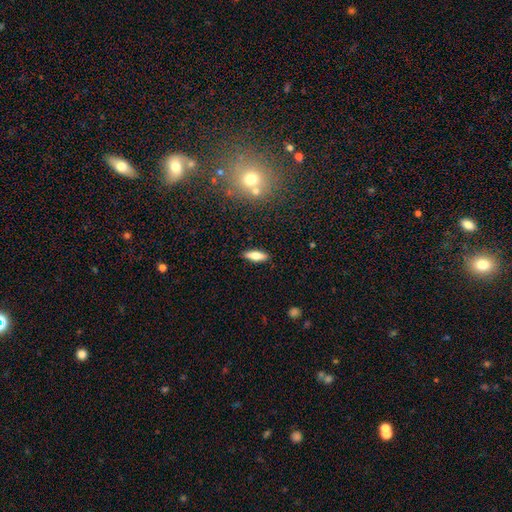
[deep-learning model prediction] This is likely a smooth galaxy (72%). How rounded: possibly in between (55%). Merging: clearly none (88%).